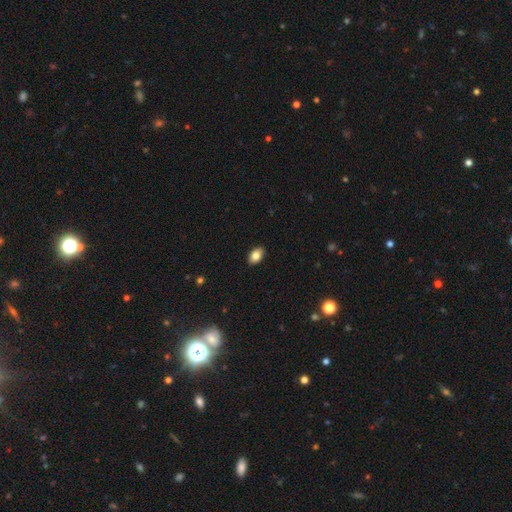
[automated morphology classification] smooth 84%, featured or disk 9%, star or artifact 8%. Down the decision tree: how rounded — in between (90%); merging — none (89%).